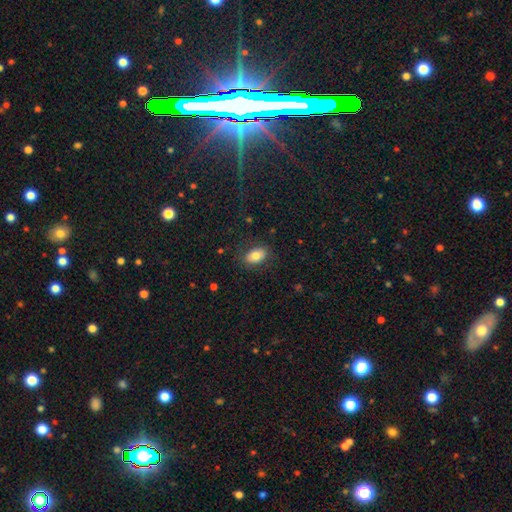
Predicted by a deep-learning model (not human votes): smooth-or-featured: smooth: 79% | featured or disk: 12% | star or artifact: 8%
  how-rounded: in between: 87% | round: 11% | cigar-shaped: 2%
  merging: none: 83% | minor disturbance: 12% | major disturbance: 4% | merger: 1%